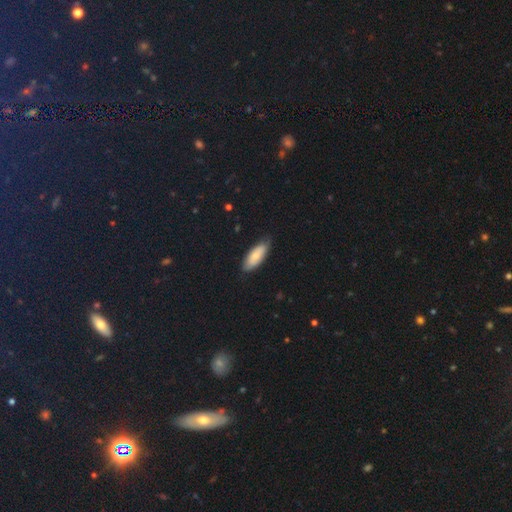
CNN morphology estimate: type=smooth (72%); roundness=in between (80%); merging=none (74%).